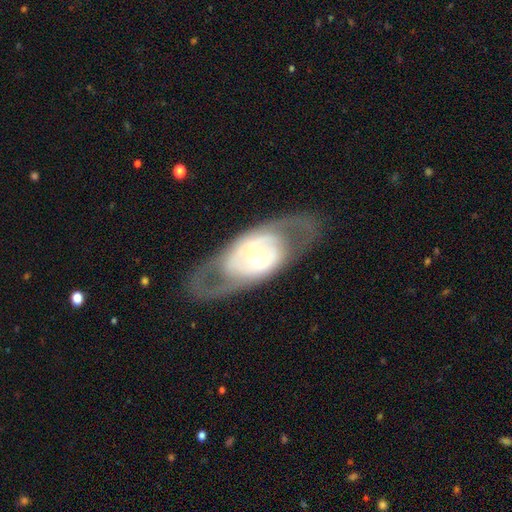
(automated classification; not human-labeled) smooth_or_featured: featured or disk (p=0.74) [alt: smooth p=0.21]
disk_edge_on: no (p=0.87) [alt: yes p=0.13]
bar: no (p=0.70) [alt: weak p=0.20]
has_spiral_arms: no (p=0.59) [alt: yes p=0.41]
bulge_size: moderate (p=0.57) [alt: small p=0.31]
merging: none (p=0.74) [alt: minor disturbance p=0.13]